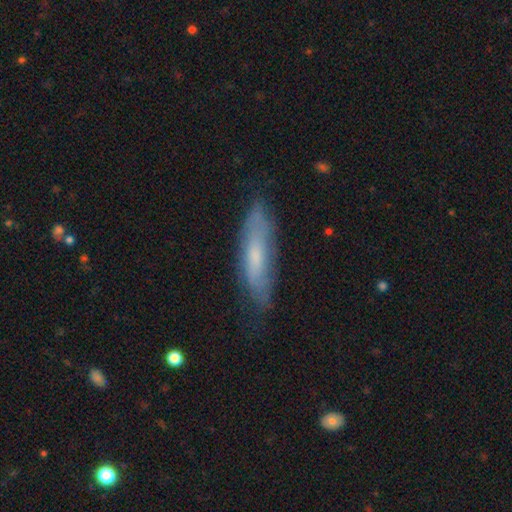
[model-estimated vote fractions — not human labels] Overall: smooth (51%; featured or disk 42%). How rounded: cigar-shaped (65%; in between 33%). Merging: none (69%).